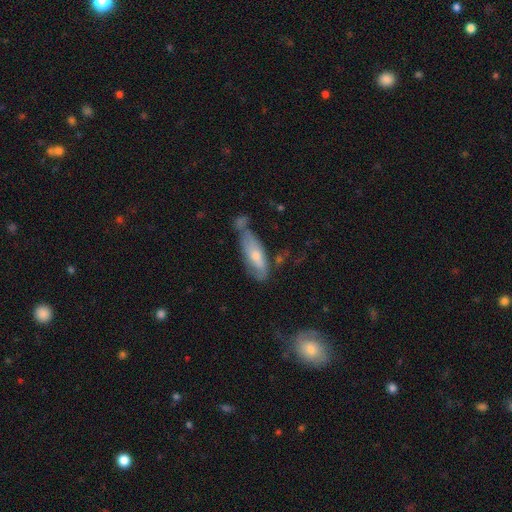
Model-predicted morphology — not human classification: Overall: smooth (56%; featured or disk 38%). How rounded: in between (57%; cigar-shaped 41%). Merging: none (39%; minor disturbance 26%).